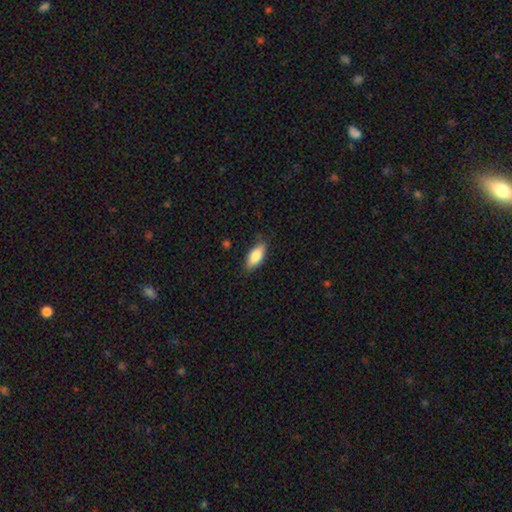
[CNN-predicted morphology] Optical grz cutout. It shows a smooth galaxy with no disk features (82%) that is in between round and cigar-shaped (83%). Merging: none (80%).